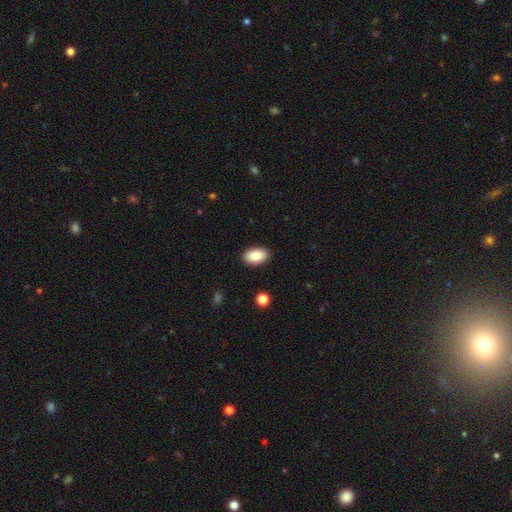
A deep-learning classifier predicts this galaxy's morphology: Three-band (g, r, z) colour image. It shows a smooth galaxy with no disk features (86%) that is in between round and cigar-shaped (93%). Merging: none (89%).